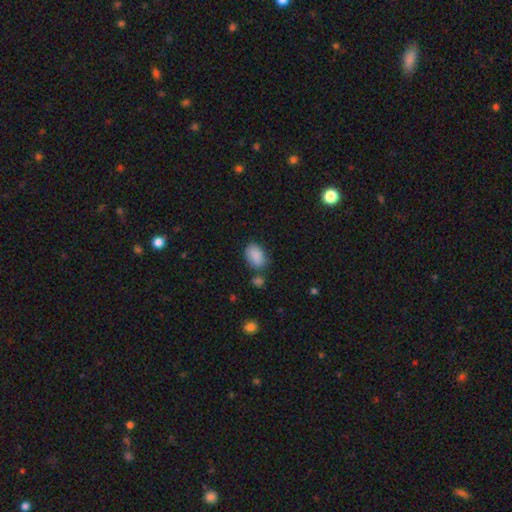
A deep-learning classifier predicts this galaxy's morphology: Smooth or featured? smooth (88%)
How rounded? in between (87%)
Merging? none (69%)